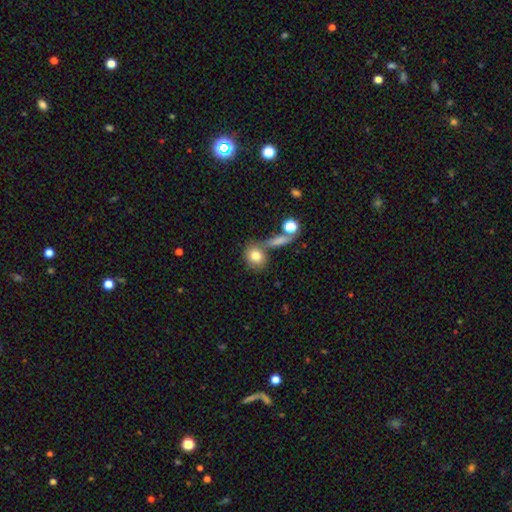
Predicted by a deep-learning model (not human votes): Smooth or featured? smooth (78%)
How rounded? round (67%)
Merging? none (57%)